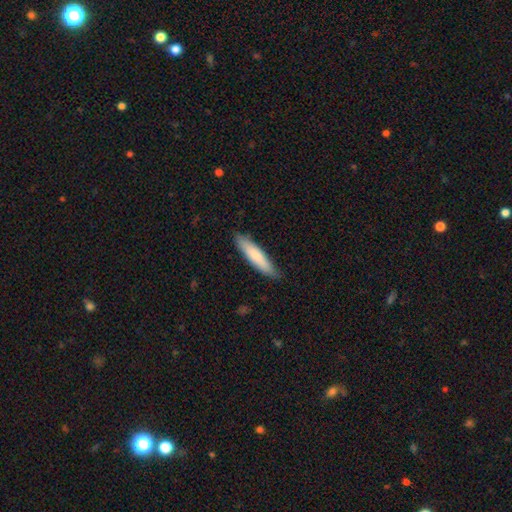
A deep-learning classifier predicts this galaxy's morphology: Smooth or featured? smooth (78%)
How rounded? cigar-shaped (81%)
Merging? none (84%)